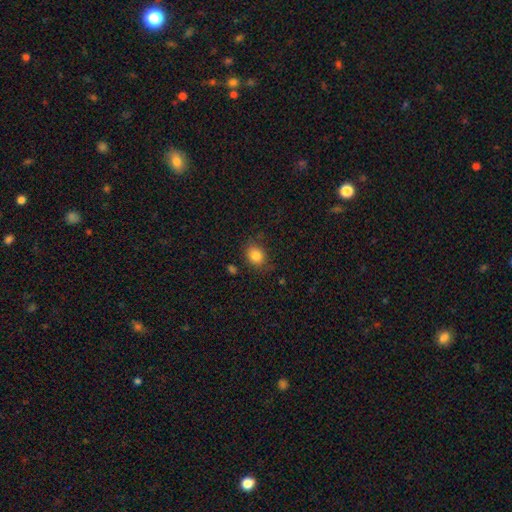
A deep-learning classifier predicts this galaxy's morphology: Q: Smooth or featured?
A: smooth (84%); runner-up: star or artifact (10%)
Q: How rounded?
A: round (55%); runner-up: in between (44%)
Q: Merging?
A: none (78%); runner-up: minor disturbance (15%)